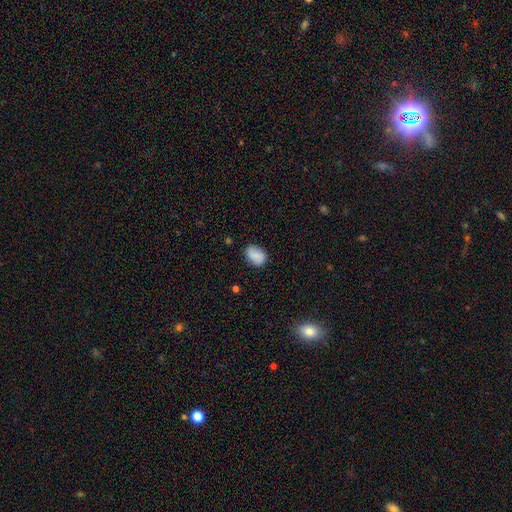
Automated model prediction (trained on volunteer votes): The model was most divided on "how rounded": in between: 72%, round: 26%, cigar-shaped: 1%. More confident: smooth or featured — smooth (84%); merging — none (81%).